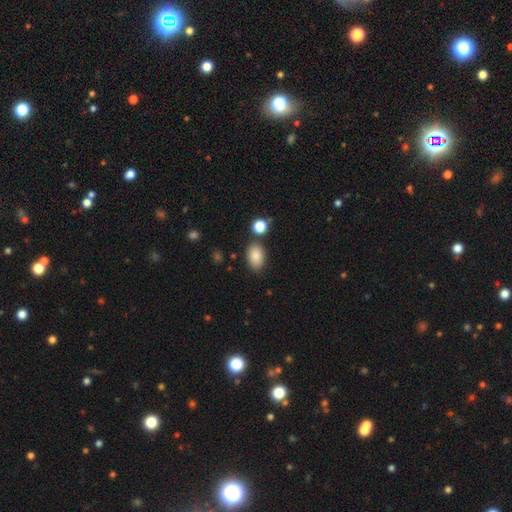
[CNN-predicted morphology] Smooth or featured?
  - smooth: 86% *
  - star or artifact: 8%
  - featured or disk: 6%
How rounded?
  - in between: 89% *
  - round: 10%
  - cigar-shaped: 1%
Merging?
  - none: 80% *
  - minor disturbance: 12%
  - merger: 5%
  - major disturbance: 3%